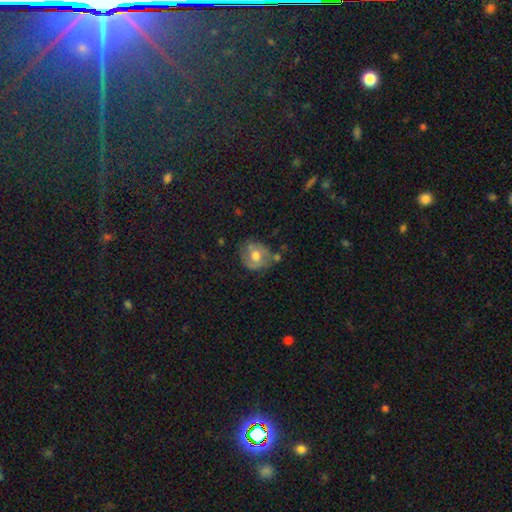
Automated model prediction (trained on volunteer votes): Morphology: type=smooth (50%); merging=none (56%).